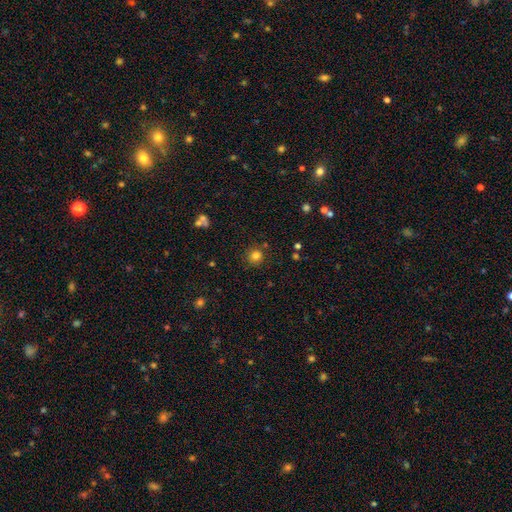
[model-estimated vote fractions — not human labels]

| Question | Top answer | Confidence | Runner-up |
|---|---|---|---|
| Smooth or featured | smooth | 81% | star or artifact (13%) |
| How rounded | round | 92% | in between (7%) |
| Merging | none | 85% | minor disturbance (9%) |